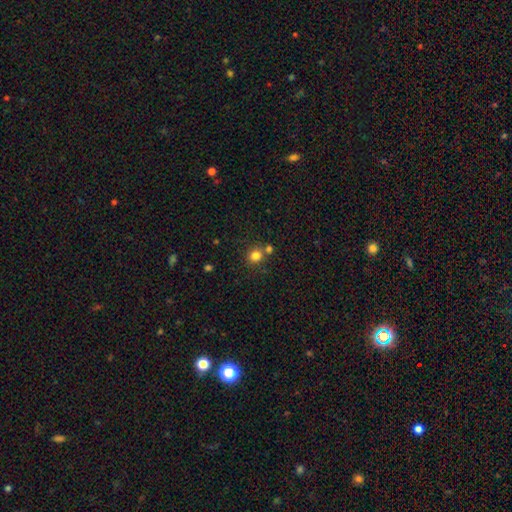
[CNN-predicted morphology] type=smooth (81%); roundness=round (82%); merging=none (65%).